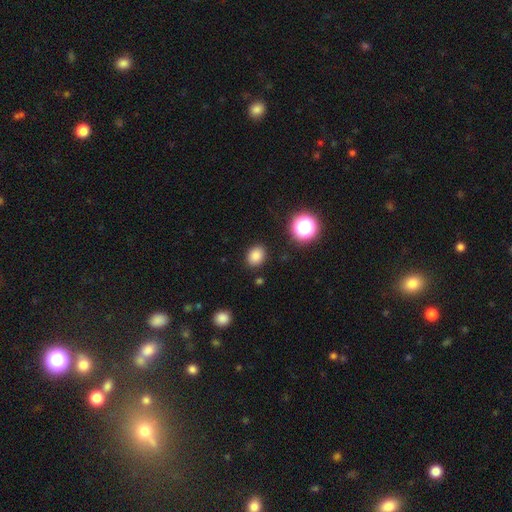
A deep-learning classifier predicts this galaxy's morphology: Smooth or featured? Predicted: smooth (p=0.83). How rounded? Predicted: round (p=0.50). Merging? Predicted: none (p=0.88).